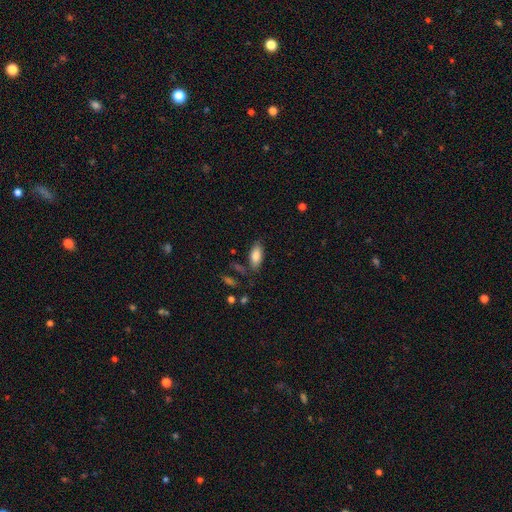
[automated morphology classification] This appears to be a smooth galaxy with no disk features (84%) that is in between round and cigar-shaped (85%). Merging: none (77%).